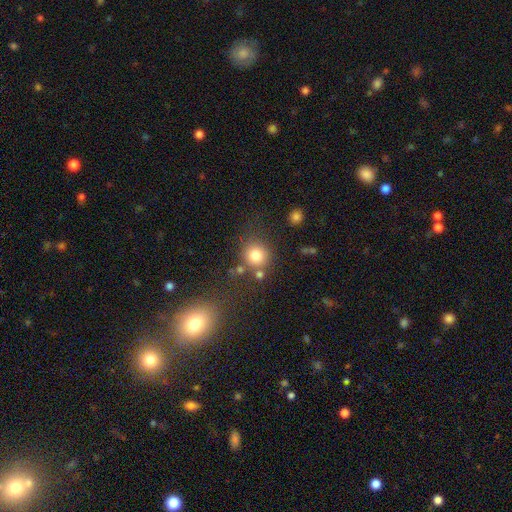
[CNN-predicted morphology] type=smooth (80%); roundness=round (88%); merging=none (69%).